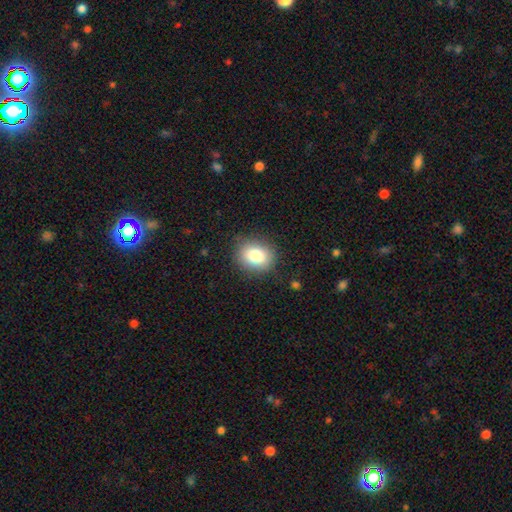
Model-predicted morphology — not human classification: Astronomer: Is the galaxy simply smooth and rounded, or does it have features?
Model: smooth — 81%.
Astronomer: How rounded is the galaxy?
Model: round — 63%.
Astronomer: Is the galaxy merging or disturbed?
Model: none — 86%.